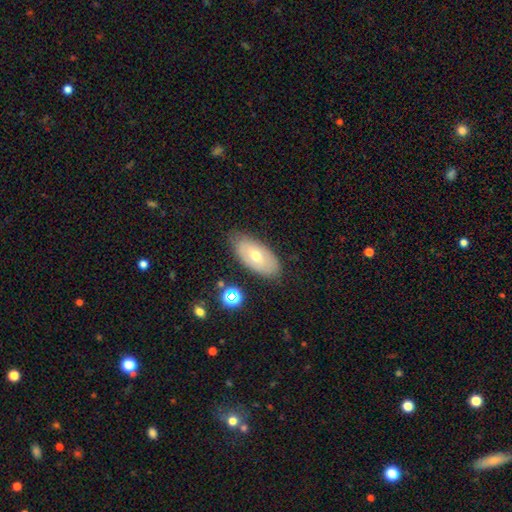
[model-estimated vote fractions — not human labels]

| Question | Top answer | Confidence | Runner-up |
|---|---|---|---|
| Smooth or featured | smooth | 54% | featured or disk (38%) |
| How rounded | in between | 92% | cigar-shaped (4%) |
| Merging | none | 79% | minor disturbance (16%) |